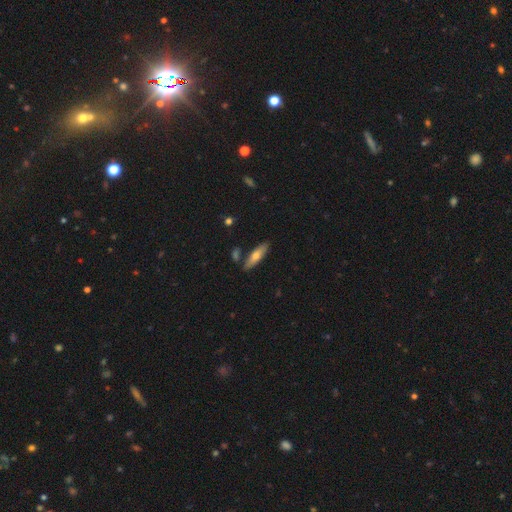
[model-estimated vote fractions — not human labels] smooth 64%, featured or disk 29%, star or artifact 6%. Down the decision tree: how rounded — cigar-shaped (60%); merging — none (82%).